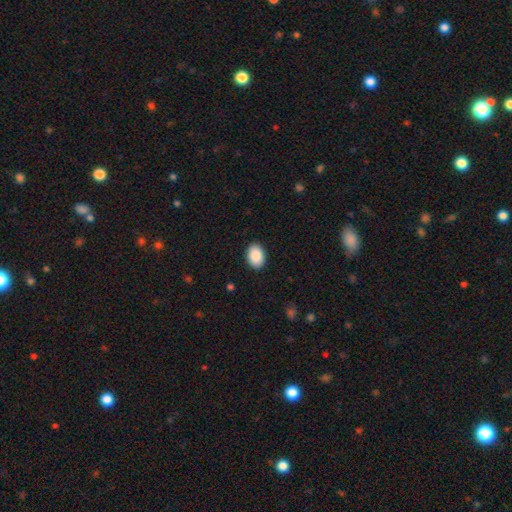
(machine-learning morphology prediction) A smooth galaxy with no disk features (90%) that is in between round and cigar-shaped (84%).

Vote fractions:
- Smooth or featured? smooth: 90% / star or artifact: 6% / featured or disk: 4%
- How rounded? in between: 84% / round: 15% / cigar-shaped: 1%
- Merging? none: 90% / minor disturbance: 7% / major disturbance: 2% / merger: 1%